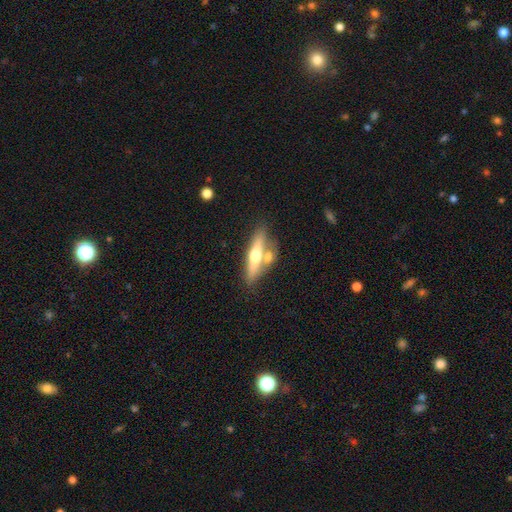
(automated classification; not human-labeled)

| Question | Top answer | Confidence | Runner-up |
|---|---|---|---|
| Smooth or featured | featured or disk | 50% | smooth (44%) |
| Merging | none | 54% | merger (30%) |